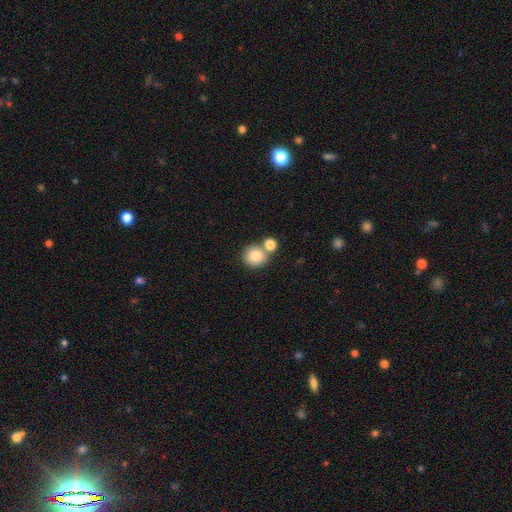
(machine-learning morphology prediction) Smooth or featured? Predicted: smooth (p=0.84). How rounded? Predicted: round (p=0.85). Merging? Predicted: none (p=0.58).